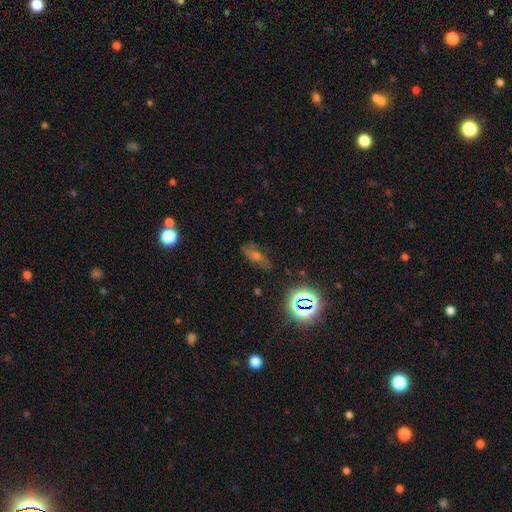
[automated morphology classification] Smooth or featured? smooth (38%)
Merging? none (72%)